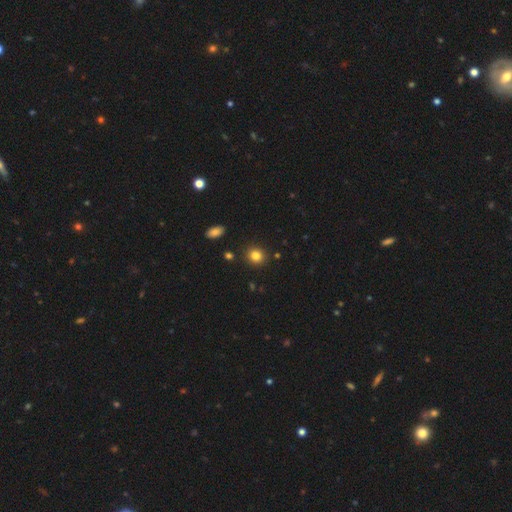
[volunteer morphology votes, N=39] Volunteers were most divided on "smooth or featured": smooth: 82%, star or artifact: 10%, featured or disk: 8%. More confident: merging — none (100%); how rounded — round (91%).